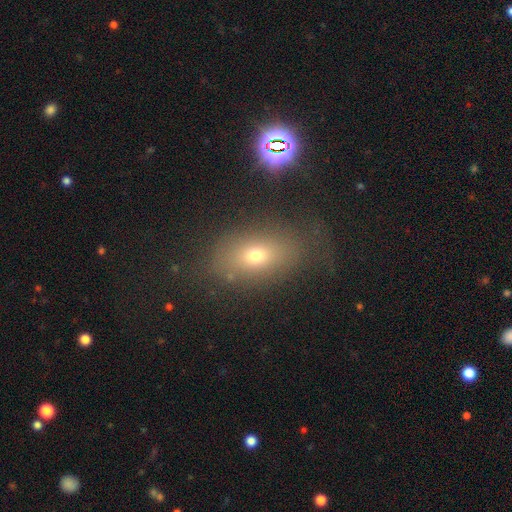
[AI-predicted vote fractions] The model was most divided on "smooth or featured": smooth: 63%, star or artifact: 18%, featured or disk: 18%. More confident: how rounded — in between (78%); merging — none (69%).